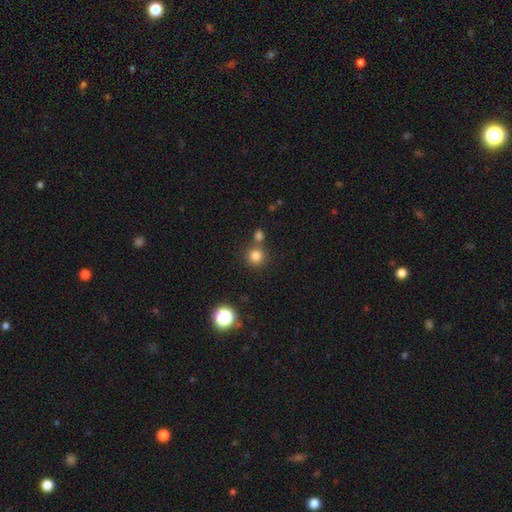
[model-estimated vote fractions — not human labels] This is likely a smooth galaxy (80%). How rounded: clearly round (93%). Merging: likely none (72%).